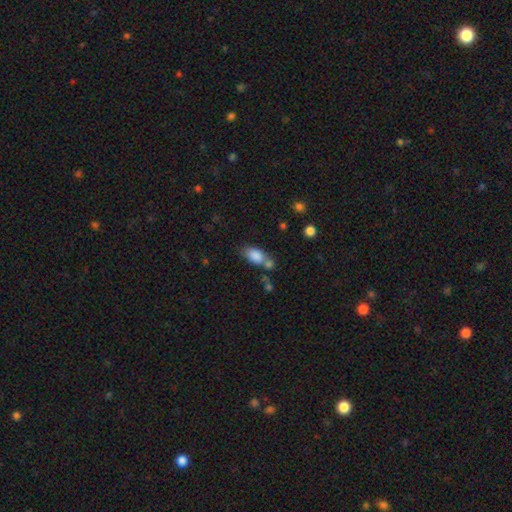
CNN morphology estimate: Smooth or featured?
  - smooth: 84% *
  - star or artifact: 8%
  - featured or disk: 8%
How rounded?
  - in between: 88% *
  - round: 7%
  - cigar-shaped: 5%
Merging?
  - none: 43% *
  - merger: 35%
  - minor disturbance: 16%
  - major disturbance: 6%